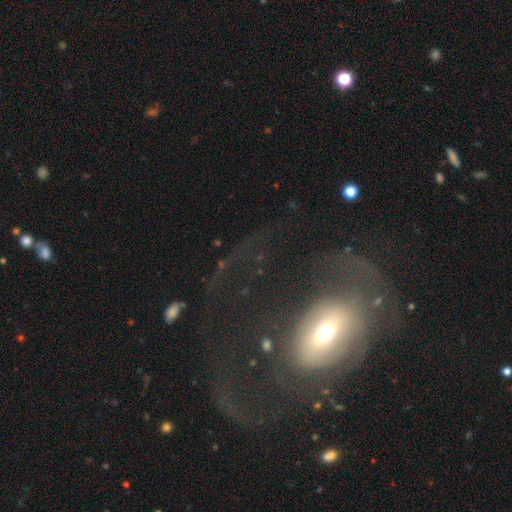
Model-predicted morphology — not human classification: featured or disk 51%, smooth 36%, star or artifact 13%. Down the decision tree: edge-on disk — no (92%); merging — major disturbance (48%).